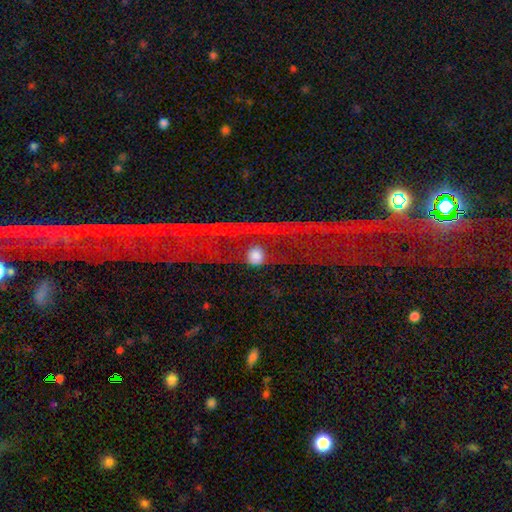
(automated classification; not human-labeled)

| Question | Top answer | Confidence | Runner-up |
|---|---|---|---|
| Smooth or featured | smooth | 52% | featured or disk (26%) |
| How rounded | round | 83% | in between (13%) |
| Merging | none | 51% | major disturbance (25%) |